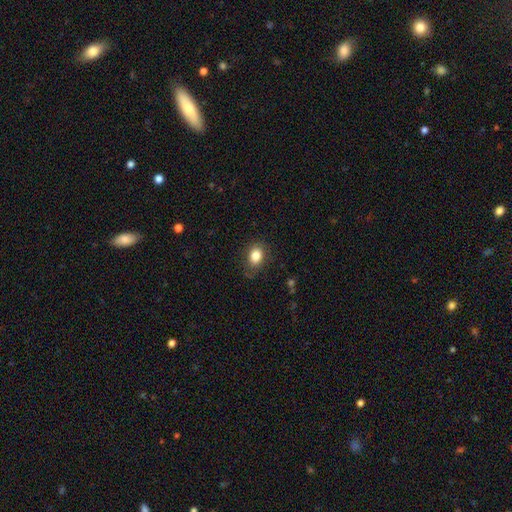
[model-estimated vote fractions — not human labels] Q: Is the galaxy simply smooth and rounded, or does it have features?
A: smooth — 82%.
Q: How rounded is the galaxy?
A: in between — 69%.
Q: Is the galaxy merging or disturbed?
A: none — 79%.